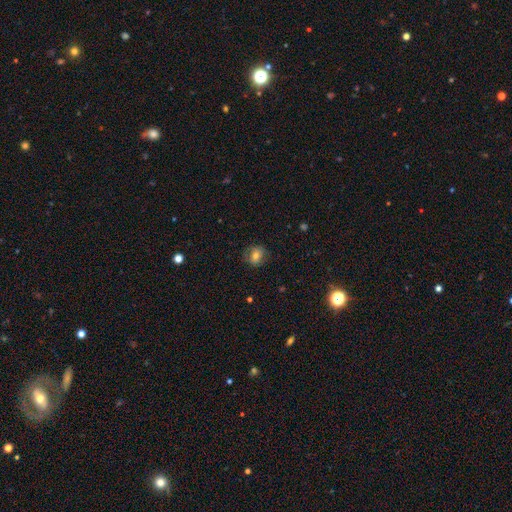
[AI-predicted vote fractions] This is likely a smooth galaxy (66%). How rounded: likely round (63%). Merging: likely none (77%).